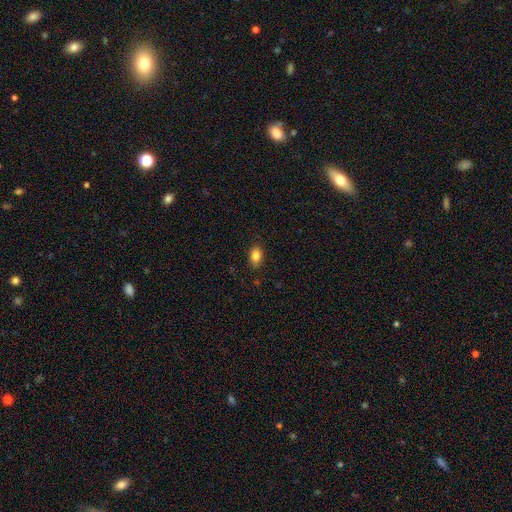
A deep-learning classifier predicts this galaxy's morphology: smooth-or-featured: smooth: 84% | star or artifact: 9% | featured or disk: 7%
  how-rounded: in between: 83% | round: 15% | cigar-shaped: 2%
  merging: none: 86% | minor disturbance: 10% | major disturbance: 2% | merger: 1%